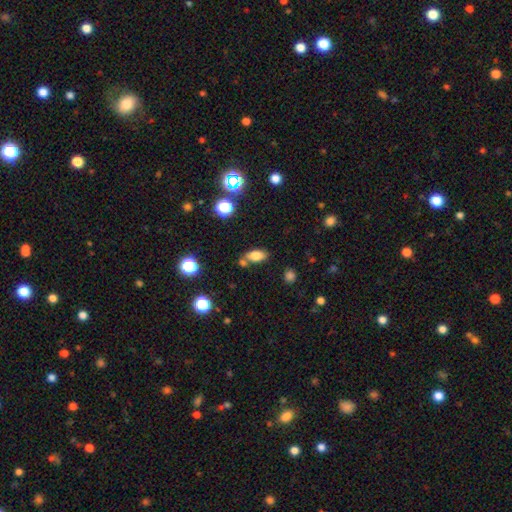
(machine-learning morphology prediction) smooth-or-featured: smooth: 76% | featured or disk: 12% | star or artifact: 11%
  how-rounded: in between: 85% | cigar-shaped: 9% | round: 6%
  merging: none: 64% | merger: 17% | minor disturbance: 15% | major disturbance: 4%